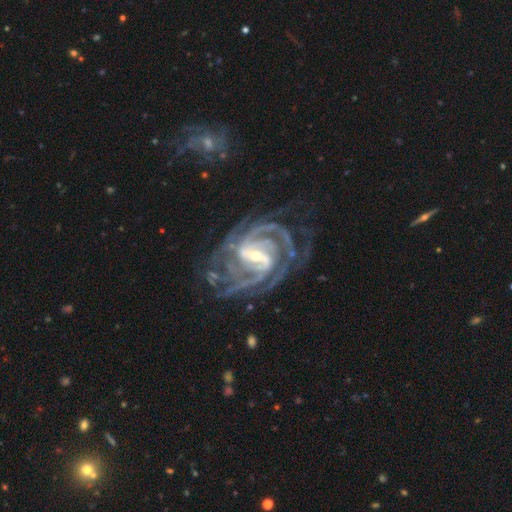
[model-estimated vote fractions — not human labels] A featured or disk galaxy (93%) with a strong bar (53%), 4 (27%) tight (61%) spiral arms (99%) and a small central bulge (58%). Merging: none (70%).